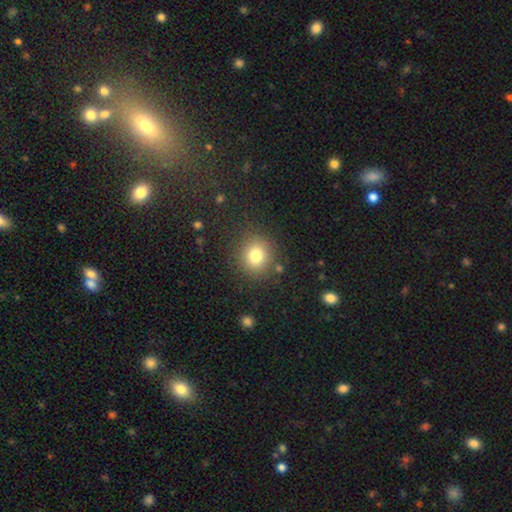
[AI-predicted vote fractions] Smooth or featured: smooth — 79% (star or artifact — 13%)
How rounded: round — 86% (in between — 13%)
Merging: none — 85% (minor disturbance — 9%)